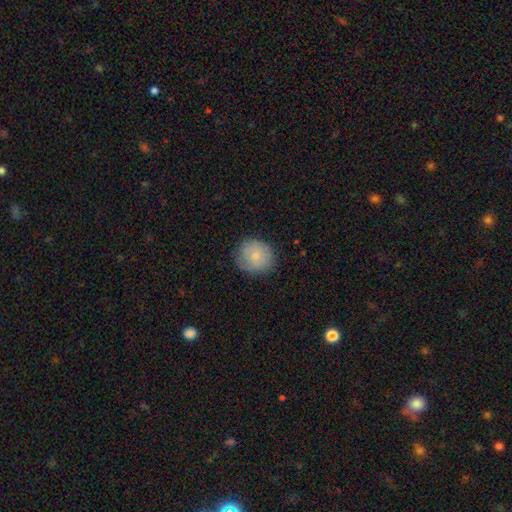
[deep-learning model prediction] smooth_or_featured: smooth (p=0.72) [alt: featured or disk p=0.20]
how_rounded: round (p=0.89) [alt: in between p=0.10]
merging: none (p=0.81) [alt: minor disturbance p=0.14]